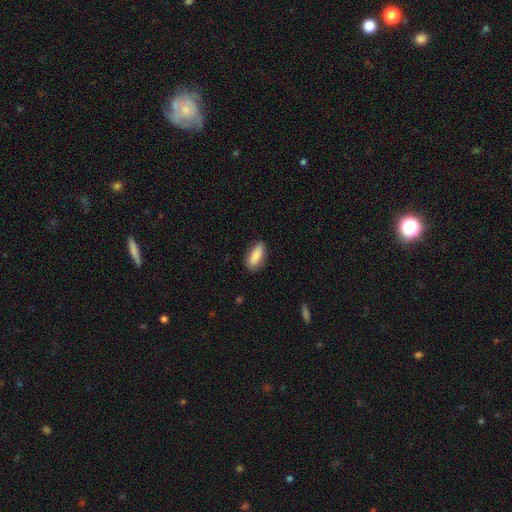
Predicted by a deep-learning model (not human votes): A smooth galaxy with no disk features (86%) that is in between round and cigar-shaped (80%).

Vote fractions:
- Smooth or featured? smooth: 86% / featured or disk: 8% / star or artifact: 6%
- How rounded? in between: 80% / cigar-shaped: 18% / round: 2%
- Merging? none: 82% / minor disturbance: 14% / major disturbance: 3% / merger: 1%